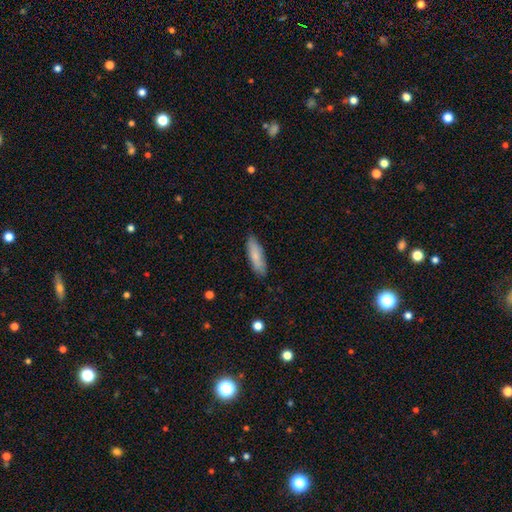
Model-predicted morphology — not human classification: type=smooth (81%); roundness=cigar-shaped (57%); merging=none (85%).